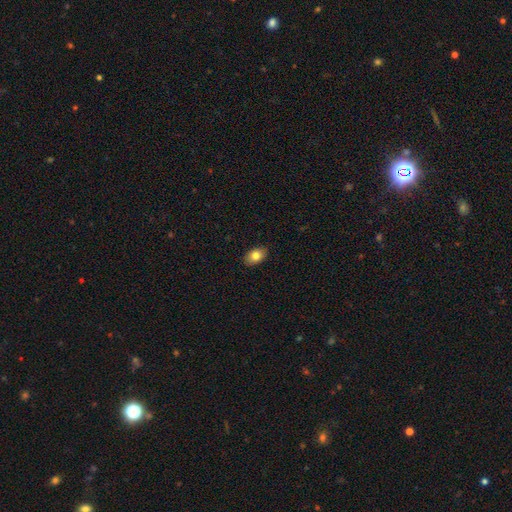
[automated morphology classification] Smooth or featured? Predicted: smooth (p=0.81). How rounded? Predicted: in between (p=0.87). Merging? Predicted: none (p=0.89).